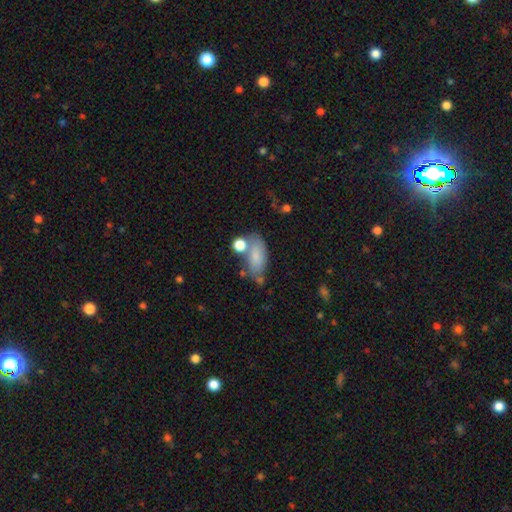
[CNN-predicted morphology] Smooth or featured? Predicted: smooth (p=0.79). How rounded? Predicted: in between (p=0.87). Merging? Predicted: none (p=0.54).